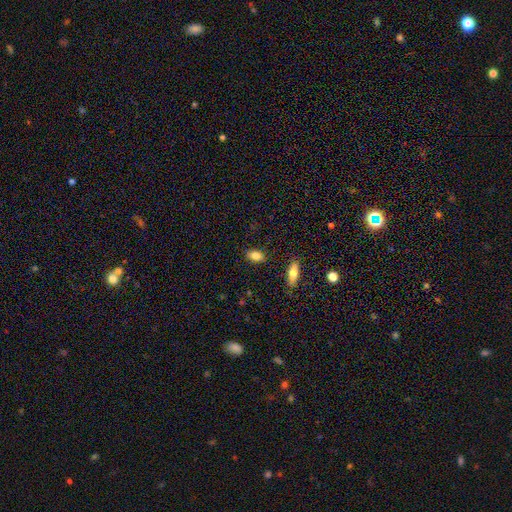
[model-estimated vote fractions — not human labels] Smooth or featured?
  - smooth: 83% *
  - featured or disk: 9%
  - star or artifact: 8%
How rounded?
  - in between: 86% *
  - round: 11%
  - cigar-shaped: 4%
Merging?
  - none: 86% *
  - minor disturbance: 10%
  - major disturbance: 2%
  - merger: 2%